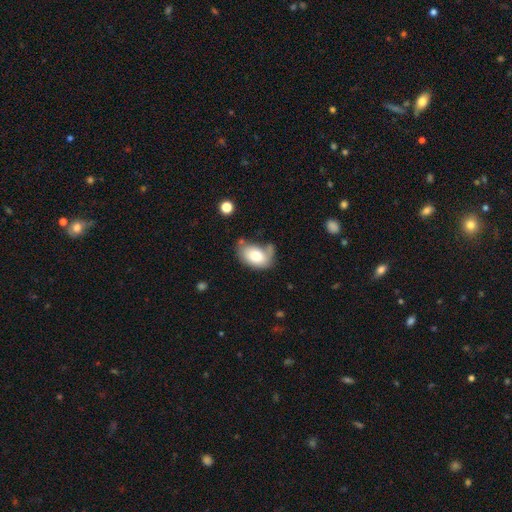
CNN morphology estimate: The model was most divided on "merging": none: 47%, minor disturbance: 26%, merger: 14%, major disturbance: 13%. More confident: how rounded — in between (87%); smooth or featured — smooth (74%).